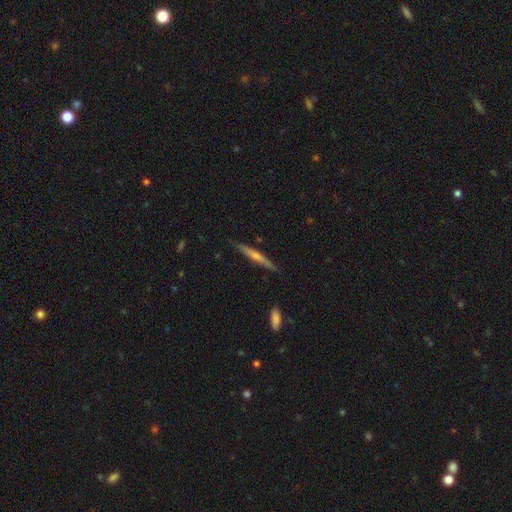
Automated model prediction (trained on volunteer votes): Overall: featured or disk (67%; smooth 27%). Edge-on disk: yes (98%). Edge-on bulge: rounded (69%). Merging: none (89%).